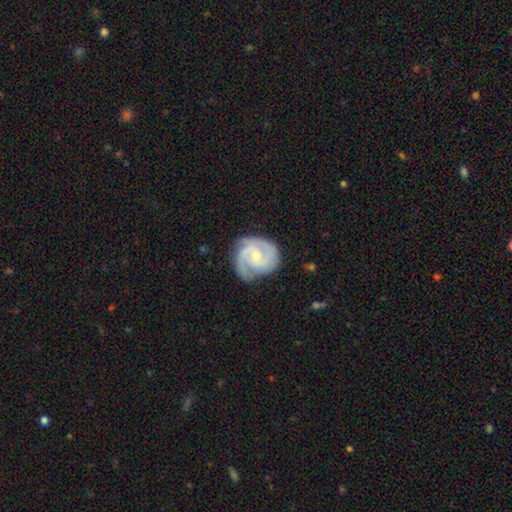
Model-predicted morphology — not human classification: A featured or disk galaxy (89%) with no bar (56%), 2 (59%) tight (56%) spiral arms (98%) and a small central bulge (60%).

Vote fractions:
- Smooth or featured? featured or disk: 89% / smooth: 7% / star or artifact: 4%
- Edge-on disk? no: 98% / yes: 2%
- Bar? no: 56% / weak: 37% / strong: 7%
- Spiral arms? yes: 98% / no: 2%
- Spiral winding? tight: 56% / medium: 38% / loose: 6%
- Spiral arm count? 2: 59% / 3: 26% / can't tell: 7% / 1: 3% / 4: 3% / more than 4: 2%
- Bulge size? small: 60% / moderate: 36% / none: 2% / large: 1% / dominant: 1%
- Merging? none: 76% / minor disturbance: 18% / major disturbance: 5% / merger: 1%